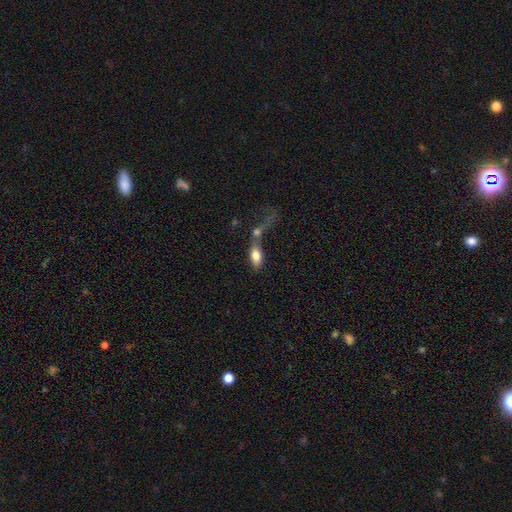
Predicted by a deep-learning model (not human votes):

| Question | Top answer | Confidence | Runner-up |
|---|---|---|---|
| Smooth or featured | smooth | 77% | featured or disk (15%) |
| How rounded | in between | 85% | cigar-shaped (10%) |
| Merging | merger | 53% | none (24%) |